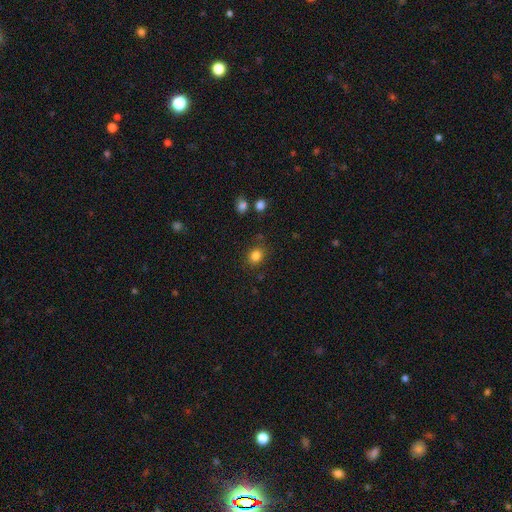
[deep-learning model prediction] Smooth or featured? Predicted: smooth (p=0.83). How rounded? Predicted: round (p=0.66). Merging? Predicted: none (p=0.84).